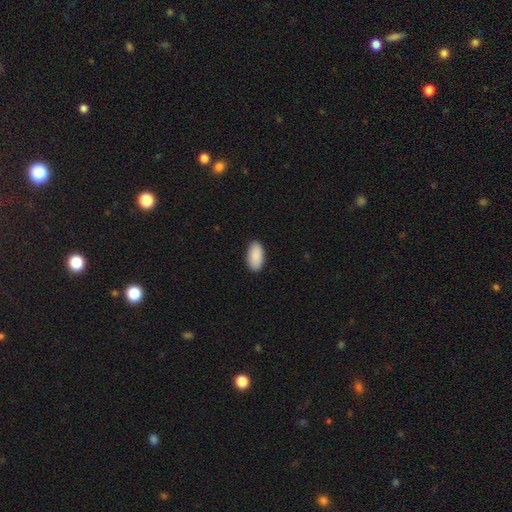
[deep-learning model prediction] smooth-or-featured: smooth: 91% | star or artifact: 6% | featured or disk: 3%
  how-rounded: in between: 95% | cigar-shaped: 3% | round: 2%
  merging: none: 89% | minor disturbance: 8% | major disturbance: 2% | merger: 1%